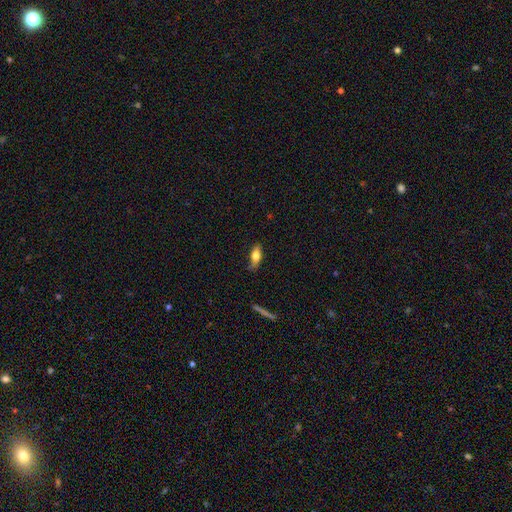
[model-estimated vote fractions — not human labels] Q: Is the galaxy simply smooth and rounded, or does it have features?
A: smooth — 67%.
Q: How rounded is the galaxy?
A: in between — 72%.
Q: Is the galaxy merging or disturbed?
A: none — 70%.